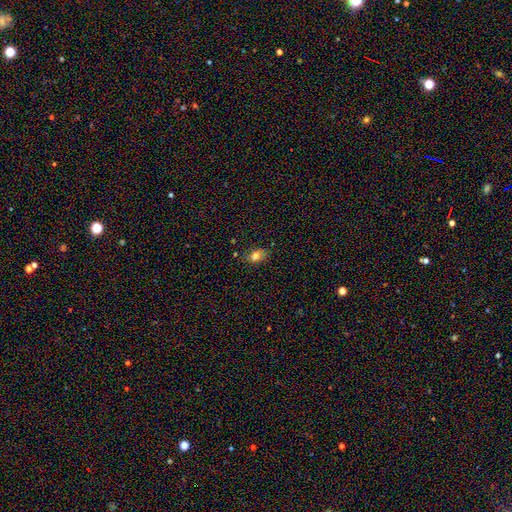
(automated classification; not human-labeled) A smooth galaxy with no disk features (78%) that is in between round and cigar-shaped (78%).

Vote fractions:
- Smooth or featured? smooth: 78% / star or artifact: 13% / featured or disk: 9%
- How rounded? in between: 78% / round: 20% / cigar-shaped: 2%
- Merging? none: 79% / minor disturbance: 15% / major disturbance: 3% / merger: 2%